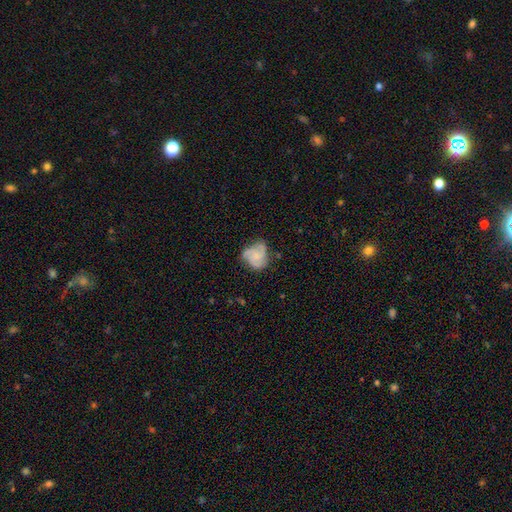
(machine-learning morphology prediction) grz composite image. It shows a featured or disk galaxy (56%) with no bar (78%), spiral arms (84%) and a small central bulge (48%). Merging: none (52%).